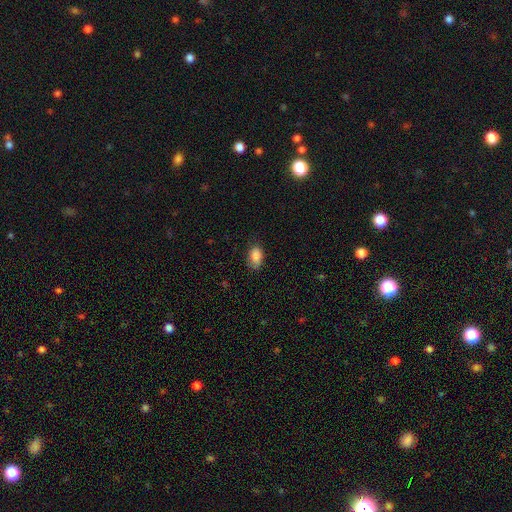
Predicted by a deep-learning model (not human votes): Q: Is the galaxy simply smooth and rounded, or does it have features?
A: smooth — 87%.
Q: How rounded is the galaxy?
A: in between — 90%.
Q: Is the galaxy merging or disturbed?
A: none — 73%.